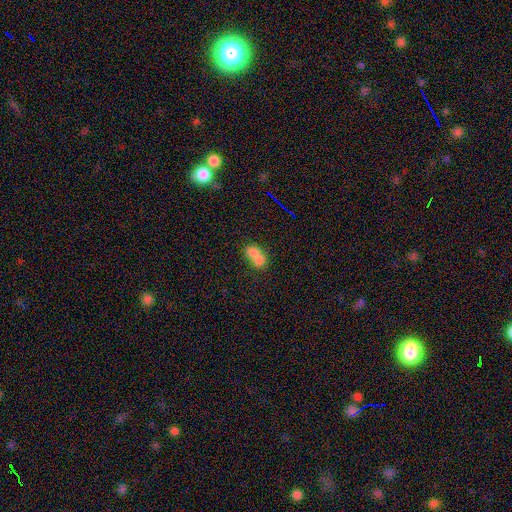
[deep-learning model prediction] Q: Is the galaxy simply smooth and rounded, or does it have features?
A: smooth — 71%.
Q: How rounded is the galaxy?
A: in between — 62%.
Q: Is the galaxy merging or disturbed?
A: merger — 68%.